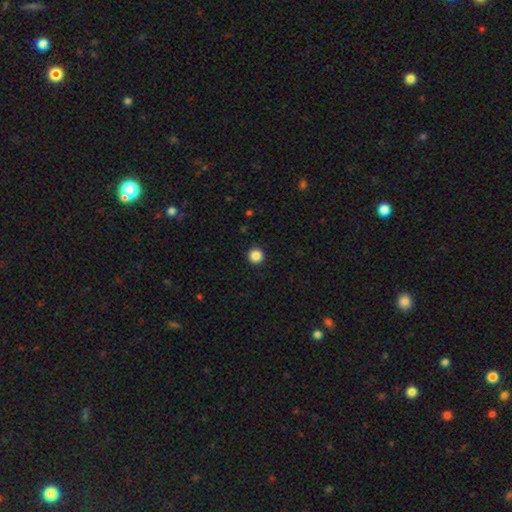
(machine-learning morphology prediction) A smooth galaxy with no disk features (87%) that is round (97%).

Vote fractions:
- Smooth or featured? smooth: 87% / star or artifact: 10% / featured or disk: 3%
- How rounded? round: 97% / in between: 2% / cigar-shaped: 1%
- Merging? none: 94% / minor disturbance: 4% / major disturbance: 1% / merger: 1%